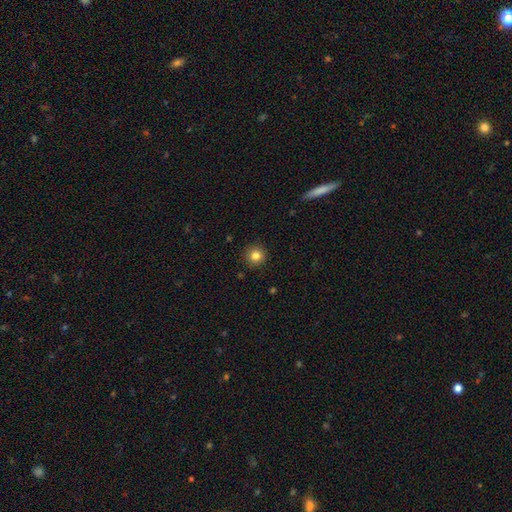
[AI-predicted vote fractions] Smooth or featured?
  - smooth: 83% *
  - star or artifact: 11%
  - featured or disk: 6%
How rounded?
  - round: 95% *
  - in between: 4%
  - cigar-shaped: 1%
Merging?
  - none: 91% *
  - minor disturbance: 6%
  - major disturbance: 2%
  - merger: 1%